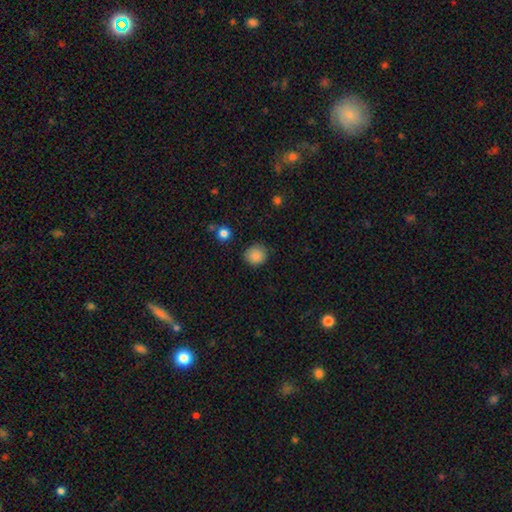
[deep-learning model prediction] A smooth galaxy with no disk features (87%) that is round (87%). Merging: none (86%).